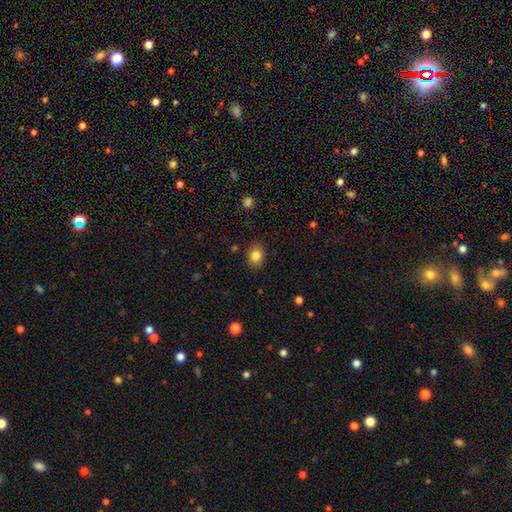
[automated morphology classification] Q: Smooth or featured?
A: smooth (83%); runner-up: star or artifact (10%)
Q: How rounded?
A: round (54%); runner-up: in between (46%)
Q: Merging?
A: none (88%); runner-up: minor disturbance (9%)